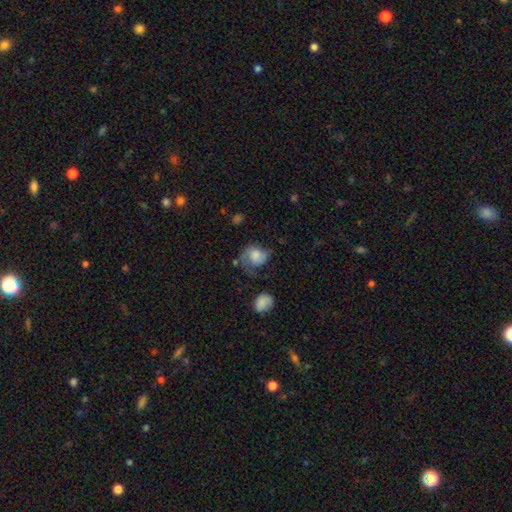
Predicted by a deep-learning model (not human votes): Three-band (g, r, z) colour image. It shows a smooth galaxy with no disk features (59%) that is round (64%). Merging: none (35%).